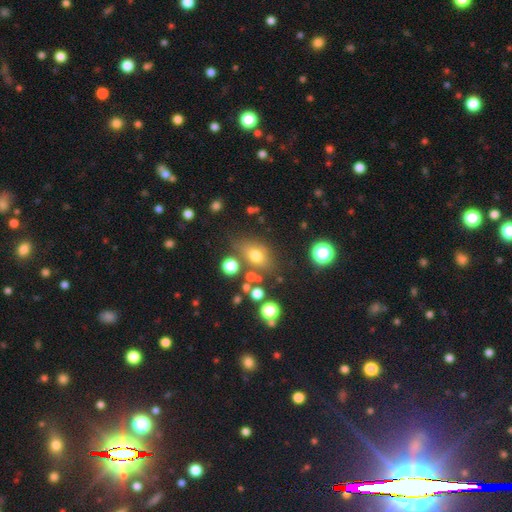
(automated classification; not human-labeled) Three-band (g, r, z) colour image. It shows a smooth galaxy with no disk features (69%) that is in between round and cigar-shaped (68%). Merging: none (68%).